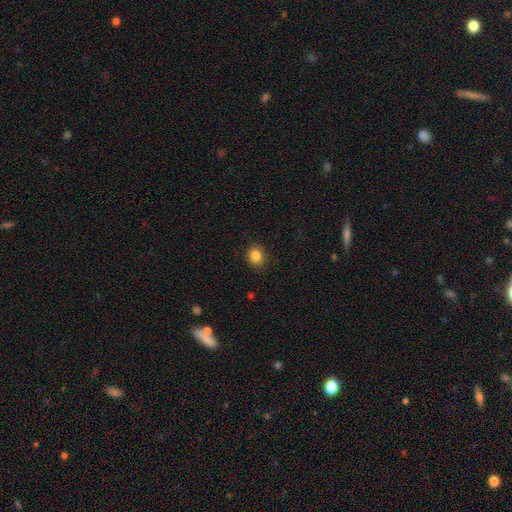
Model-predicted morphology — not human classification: Smooth or featured?
  - smooth: 85% *
  - star or artifact: 11%
  - featured or disk: 5%
How rounded?
  - round: 74% *
  - in between: 25%
  - cigar-shaped: 1%
Merging?
  - none: 89% *
  - minor disturbance: 8%
  - major disturbance: 2%
  - merger: 1%